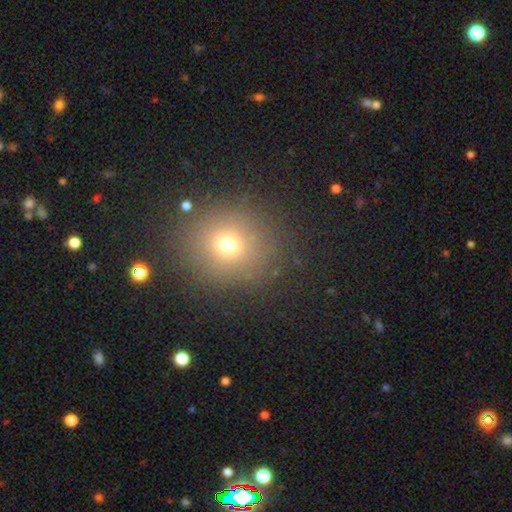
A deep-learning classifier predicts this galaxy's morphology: smooth_or_featured: smooth (p=0.60) [alt: star or artifact p=0.32]
how_rounded: round (p=0.86) [alt: in between p=0.13]
merging: none (p=0.90) [alt: minor disturbance p=0.06]